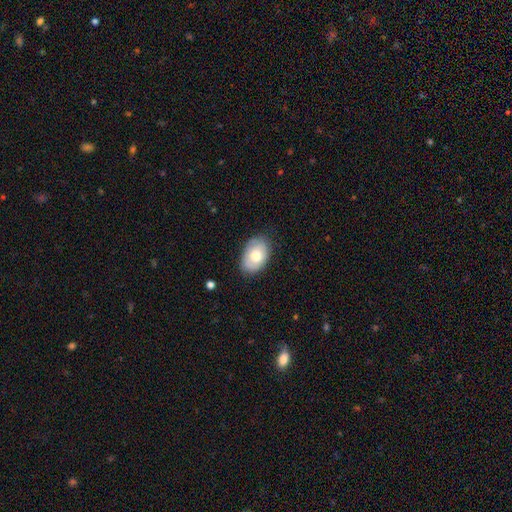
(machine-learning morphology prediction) smooth_or_featured: smooth (p=0.72) [alt: featured or disk p=0.21]
how_rounded: in between (p=0.86) [alt: round p=0.13]
merging: none (p=0.78) [alt: minor disturbance p=0.17]